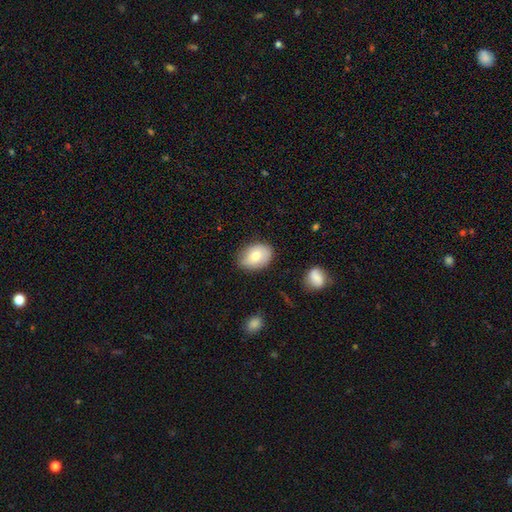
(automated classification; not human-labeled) A smooth galaxy with no disk features (74%) that is in between round and cigar-shaped (76%). Merging: none (76%).